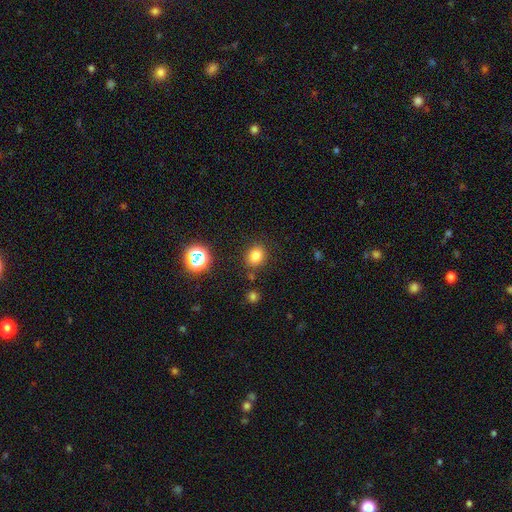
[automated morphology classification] Smooth or featured? Predicted: smooth (p=0.78). How rounded? Predicted: round (p=0.66). Merging? Predicted: none (p=0.83).